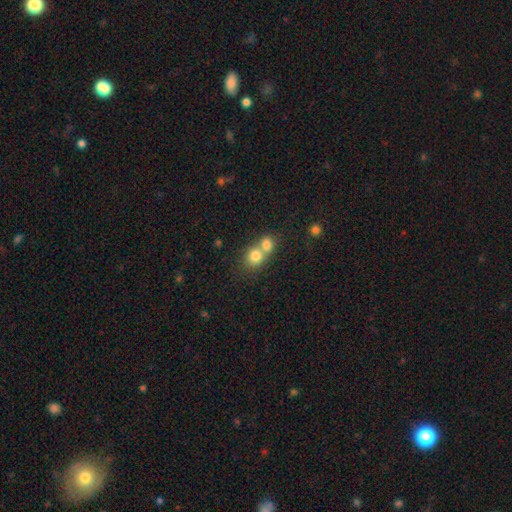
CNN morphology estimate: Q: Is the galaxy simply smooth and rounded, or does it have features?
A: smooth — 77%.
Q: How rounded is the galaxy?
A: round — 74%.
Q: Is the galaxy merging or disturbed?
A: merger — 63%.